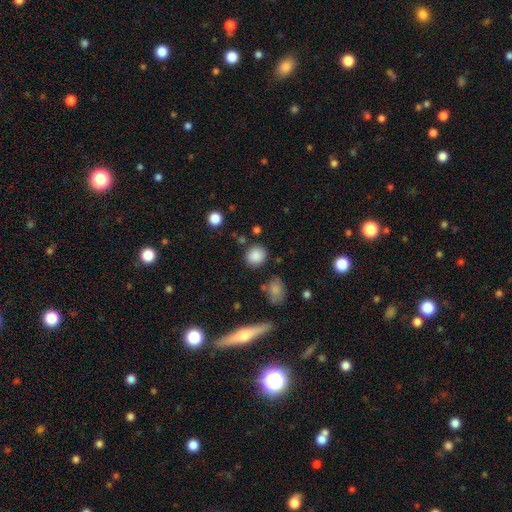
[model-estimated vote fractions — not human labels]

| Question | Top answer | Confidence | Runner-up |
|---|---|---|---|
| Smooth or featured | smooth | 86% | star or artifact (10%) |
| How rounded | round | 82% | in between (17%) |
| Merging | none | 82% | minor disturbance (10%) |